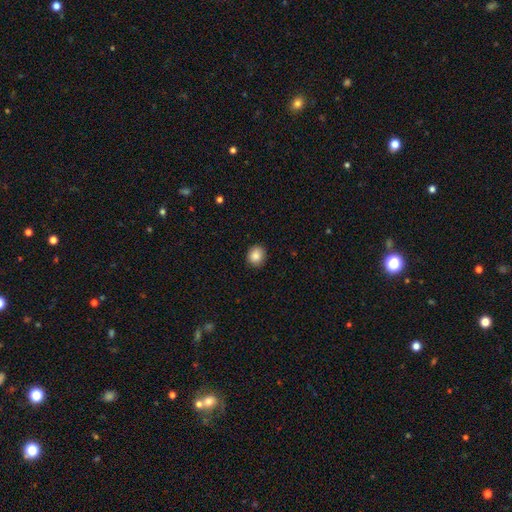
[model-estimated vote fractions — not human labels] A smooth galaxy with no disk features (87%) that is round (76%). Merging: none (88%).